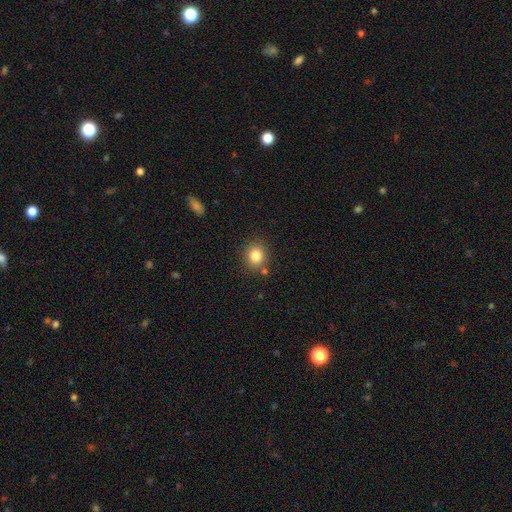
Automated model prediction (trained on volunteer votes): Smooth or featured? Predicted: smooth (p=0.83). How rounded? Predicted: round (p=0.81). Merging? Predicted: none (p=0.81).